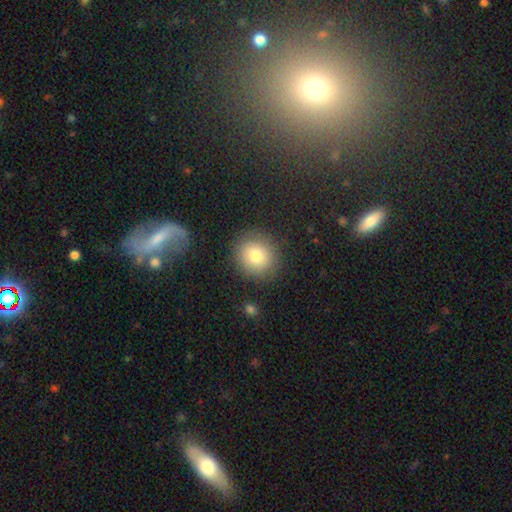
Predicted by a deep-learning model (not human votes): Smooth or featured: smooth — 78% (featured or disk — 11%)
How rounded: round — 87% (in between — 12%)
Merging: none — 85% (minor disturbance — 10%)